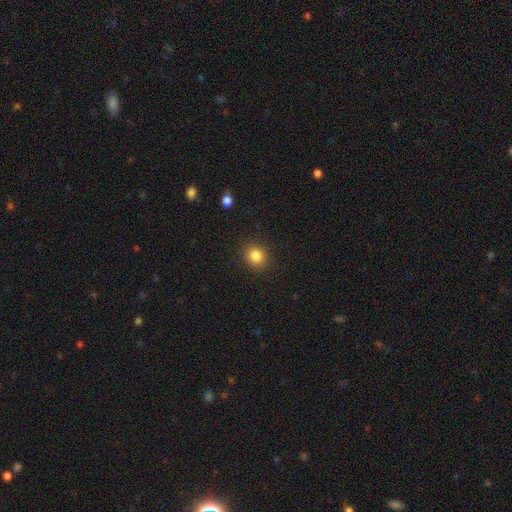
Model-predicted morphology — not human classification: Smooth or featured? Predicted: smooth (p=0.84). How rounded? Predicted: round (p=0.76). Merging? Predicted: none (p=0.89).